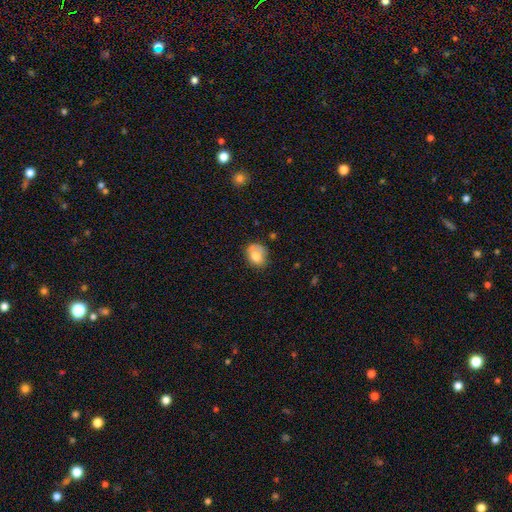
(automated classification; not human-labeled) Morphology: type=smooth (73%); roundness=round (51%); merging=none (58%).